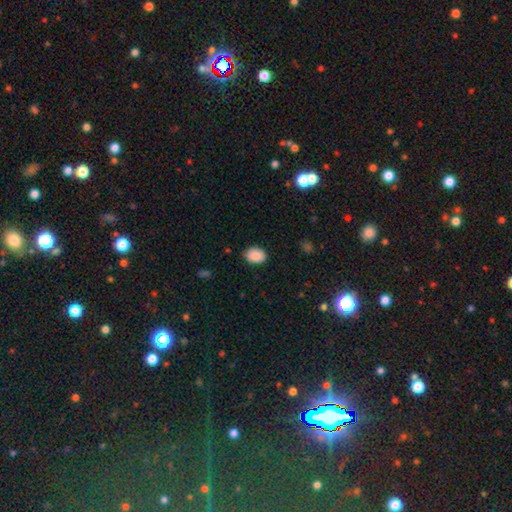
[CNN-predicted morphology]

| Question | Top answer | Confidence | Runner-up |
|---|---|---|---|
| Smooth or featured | smooth | 89% | star or artifact (7%) |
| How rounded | in between | 75% | round (24%) |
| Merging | none | 85% | minor disturbance (12%) |